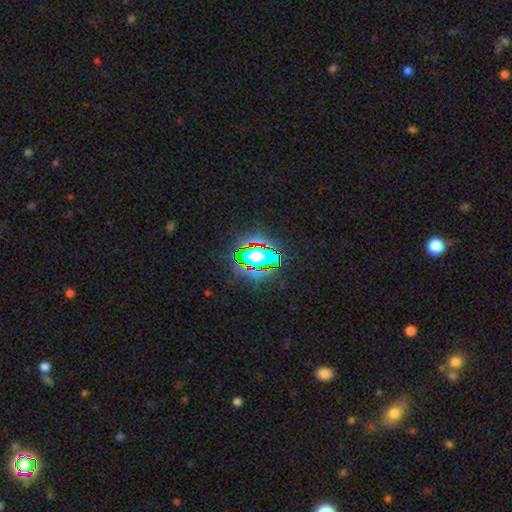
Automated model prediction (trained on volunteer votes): The model was most divided on "smooth or featured": star or artifact: 51%, smooth: 33%, featured or disk: 16%.